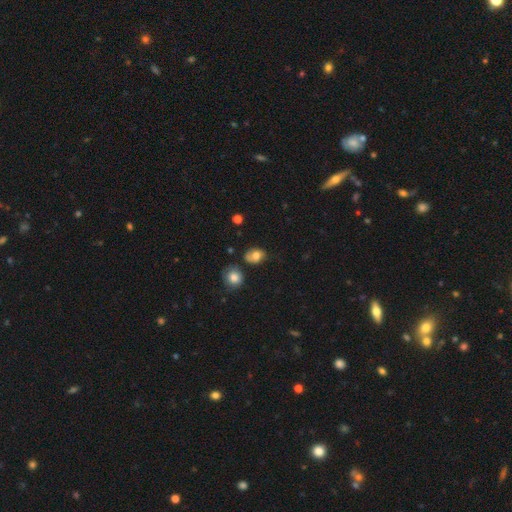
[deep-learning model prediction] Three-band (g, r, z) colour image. It shows a smooth galaxy with no disk features (74%) that is in between round and cigar-shaped (58%). Merging: none (55%).